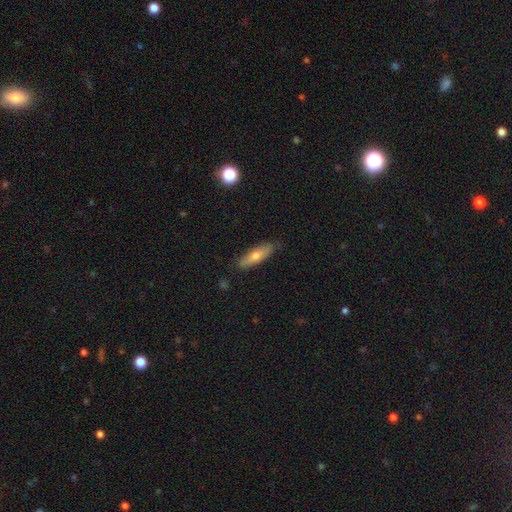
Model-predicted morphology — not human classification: This appears to be a smooth galaxy with no disk features (55%) that is cigar-shaped (71%). Merging: none (85%).